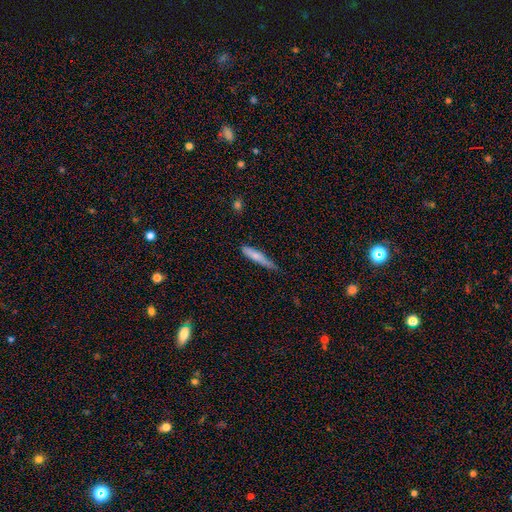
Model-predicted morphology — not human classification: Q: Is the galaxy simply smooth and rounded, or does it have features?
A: smooth — 72%.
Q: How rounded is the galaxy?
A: cigar-shaped — 87%.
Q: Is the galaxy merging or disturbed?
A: none — 55%.